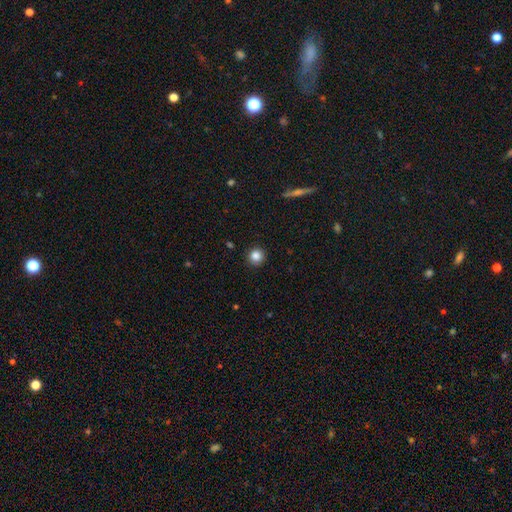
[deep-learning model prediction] smooth-or-featured: smooth: 85% | star or artifact: 11% | featured or disk: 4%
  how-rounded: round: 95% | in between: 4% | cigar-shaped: 1%
  merging: none: 91% | minor disturbance: 6% | major disturbance: 2% | merger: 1%